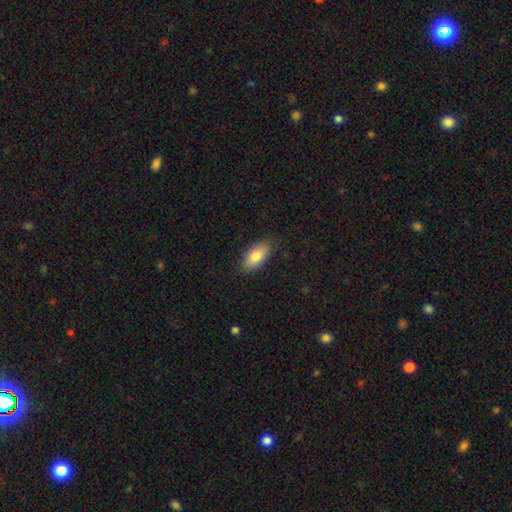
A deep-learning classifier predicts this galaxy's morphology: smooth-or-featured: smooth: 79% | featured or disk: 14% | star or artifact: 7%
  how-rounded: in between: 90% | cigar-shaped: 7% | round: 3%
  merging: none: 85% | minor disturbance: 11% | major disturbance: 2% | merger: 1%